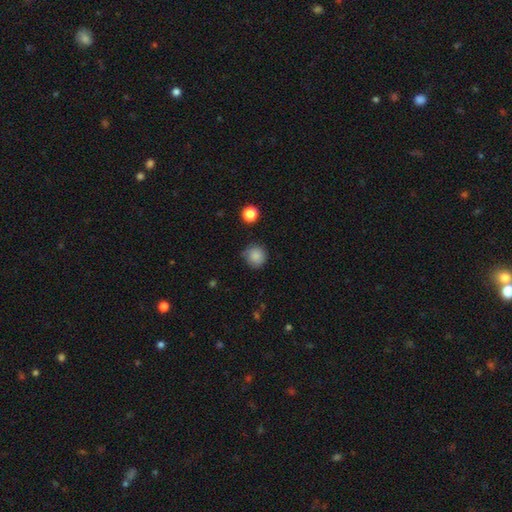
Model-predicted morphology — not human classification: Smooth or featured? smooth (86%)
How rounded? round (92%)
Merging? none (78%)